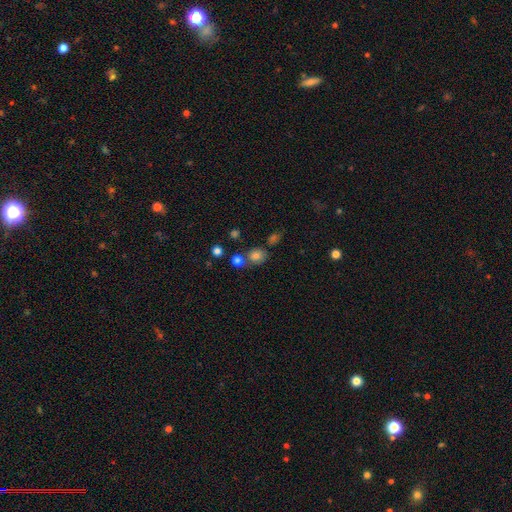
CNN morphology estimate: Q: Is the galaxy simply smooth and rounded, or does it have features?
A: smooth — 77%.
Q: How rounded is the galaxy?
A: round — 69%.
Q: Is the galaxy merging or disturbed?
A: none — 60%.